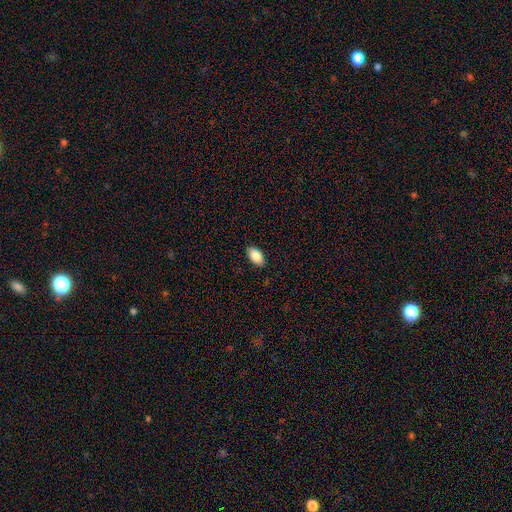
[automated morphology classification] Smooth or featured: smooth — 87% (star or artifact — 7%)
How rounded: in between — 94% (round — 4%)
Merging: none — 88% (minor disturbance — 9%)